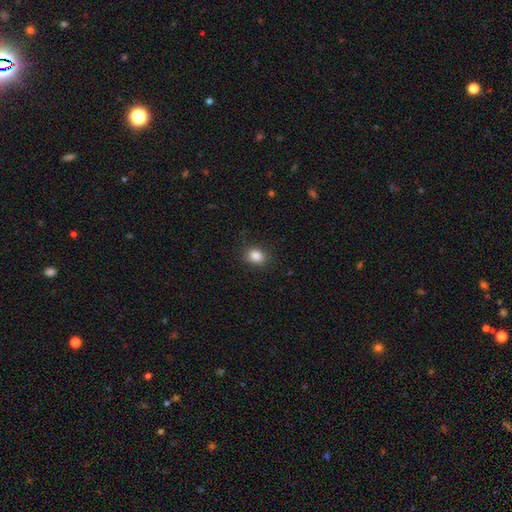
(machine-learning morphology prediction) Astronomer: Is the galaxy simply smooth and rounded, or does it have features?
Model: smooth — 85%.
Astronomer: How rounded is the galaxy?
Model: in between — 60% (runner-up: round, 39%).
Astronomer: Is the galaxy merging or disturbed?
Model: none — 84%.